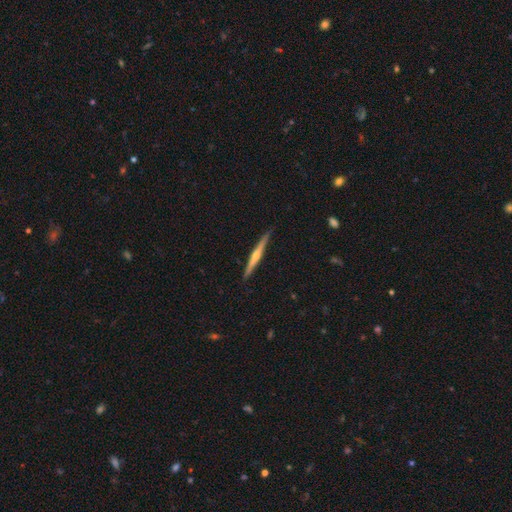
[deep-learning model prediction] A featured or disk galaxy (71%) viewed edge-on (98%) with a rounded central bulge (82%). Merging: none (90%).